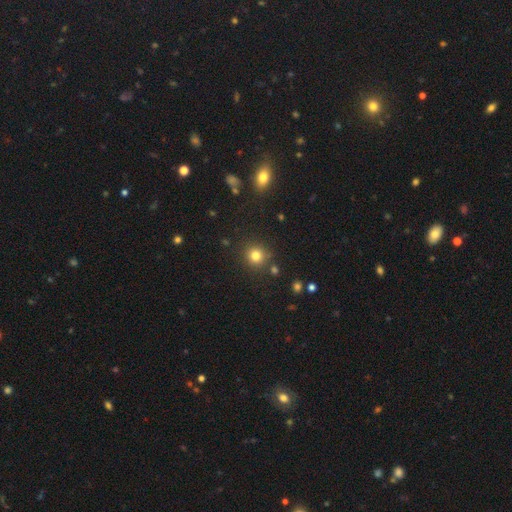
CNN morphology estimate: Smooth or featured? Predicted: smooth (p=0.80). How rounded? Predicted: round (p=0.93). Merging? Predicted: none (p=0.86).